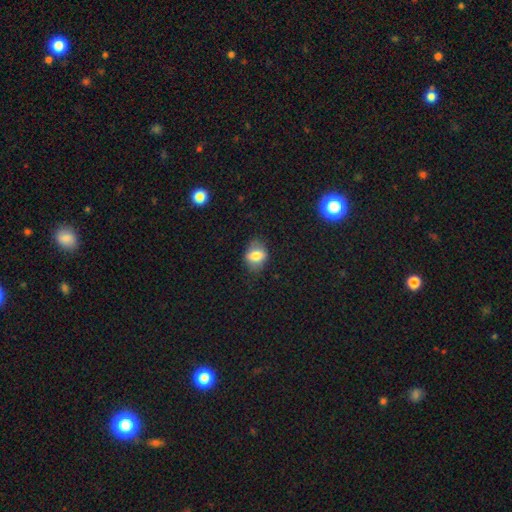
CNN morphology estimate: Overall: smooth (72%). How rounded: in between (60%; round 38%). Merging: none (74%).